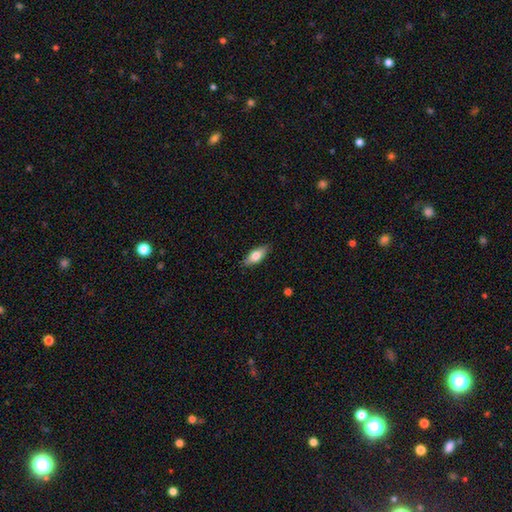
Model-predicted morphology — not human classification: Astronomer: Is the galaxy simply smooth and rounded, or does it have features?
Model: smooth — 74%.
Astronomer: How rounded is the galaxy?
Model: in between — 77%.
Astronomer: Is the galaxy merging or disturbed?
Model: none — 86%.